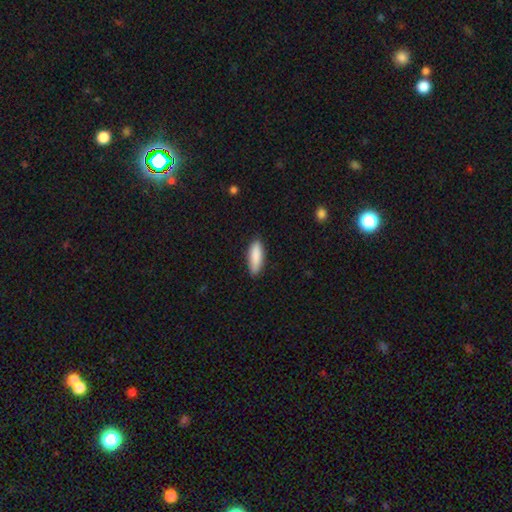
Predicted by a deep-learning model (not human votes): Smooth or featured? Predicted: smooth (p=0.88). How rounded? Predicted: in between (p=0.59). Merging? Predicted: none (p=0.86).